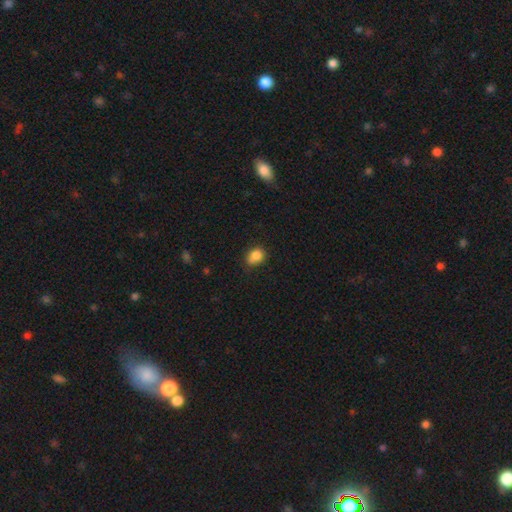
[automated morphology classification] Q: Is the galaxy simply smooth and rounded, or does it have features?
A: smooth — 85%.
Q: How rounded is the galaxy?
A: in between — 54%.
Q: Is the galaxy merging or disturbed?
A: none — 65%.